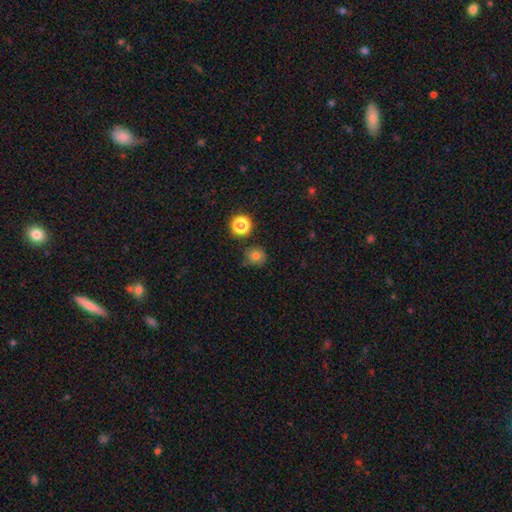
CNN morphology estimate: Q: Smooth or featured?
A: smooth (77%); runner-up: star or artifact (16%)
Q: How rounded?
A: round (87%); runner-up: in between (12%)
Q: Merging?
A: none (74%); runner-up: minor disturbance (17%)